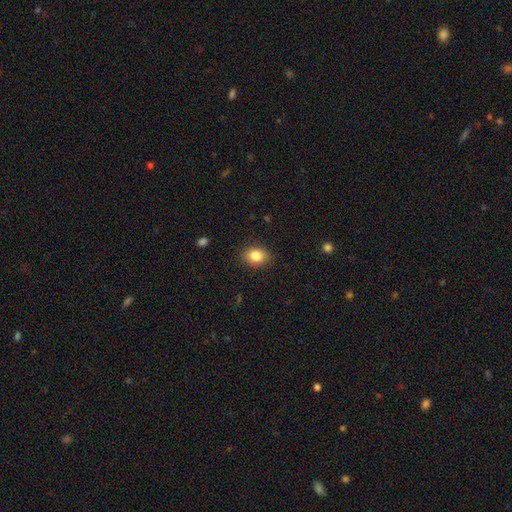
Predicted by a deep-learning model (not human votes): A smooth galaxy with no disk features (85%) that is in between round and cigar-shaped (68%).

Vote fractions:
- Smooth or featured? smooth: 85% / star or artifact: 9% / featured or disk: 6%
- How rounded? in between: 68% / round: 30% / cigar-shaped: 1%
- Merging? none: 87% / minor disturbance: 9% / major disturbance: 2% / merger: 1%